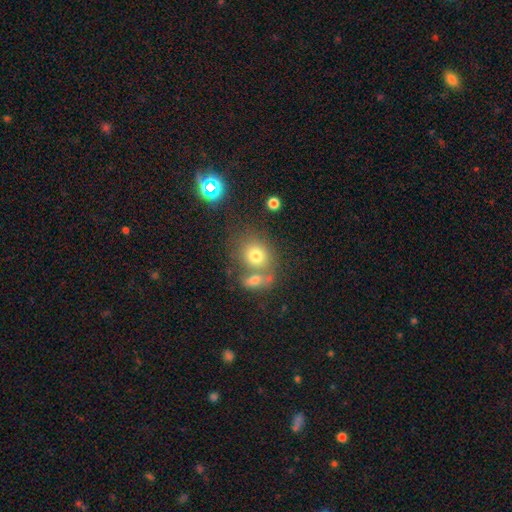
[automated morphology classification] This appears to be a smooth galaxy with no disk features (74%) that is round (67%). Merging: none (49%).